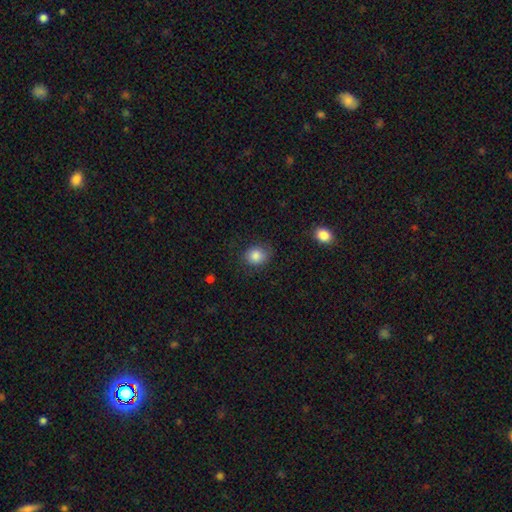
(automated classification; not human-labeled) Morphology: type=smooth (85%); roundness=round (67%); merging=none (71%).